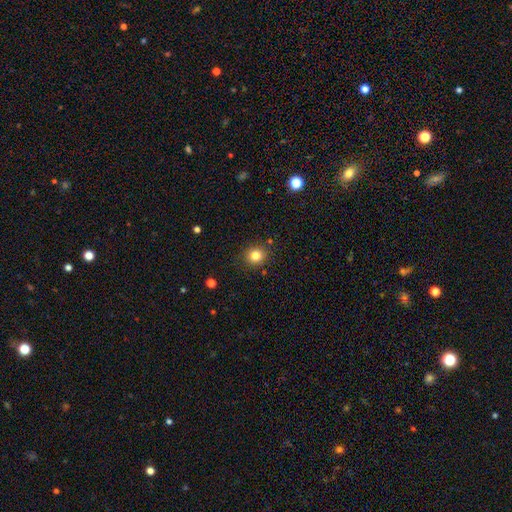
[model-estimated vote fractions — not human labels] Smooth or featured: smooth — 82% (star or artifact — 12%)
How rounded: round — 85% (in between — 14%)
Merging: none — 88% (minor disturbance — 8%)